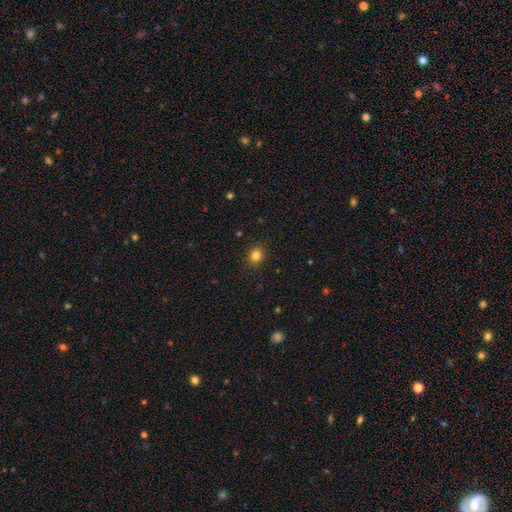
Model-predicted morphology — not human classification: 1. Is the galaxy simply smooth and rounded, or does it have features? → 83% smooth, 13% star or artifact, 5% featured or disk.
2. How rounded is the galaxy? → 70% round, 29% in between, 1% cigar-shaped.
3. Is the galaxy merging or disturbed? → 90% none, 7% minor disturbance, 2% major disturbance, 1% merger.